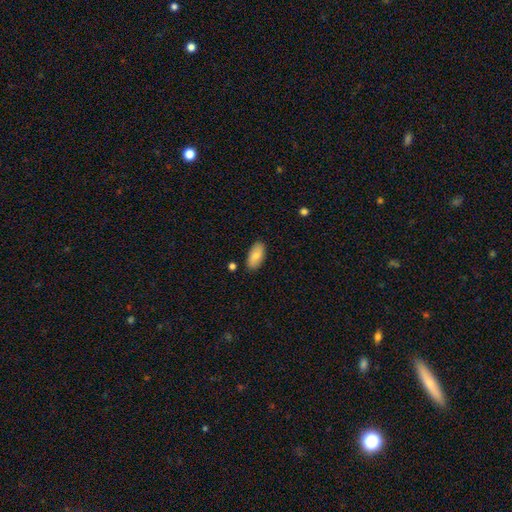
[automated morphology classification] Smooth or featured? smooth (81%)
How rounded? in between (92%)
Merging? none (86%)